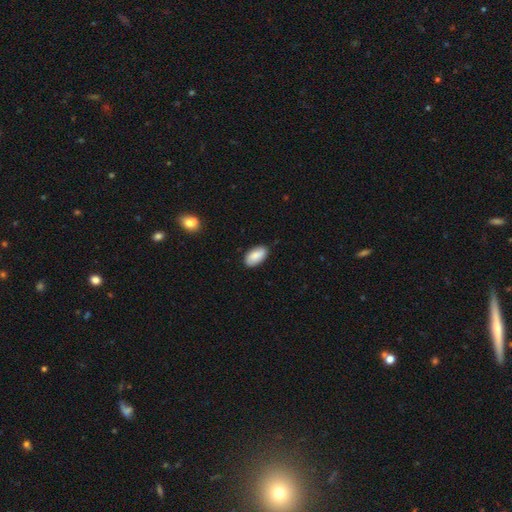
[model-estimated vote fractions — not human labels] smooth_or_featured: smooth (p=0.81) [alt: featured or disk p=0.12]
how_rounded: in between (p=0.95) [alt: round p=0.03]
merging: none (p=0.83) [alt: minor disturbance p=0.13]